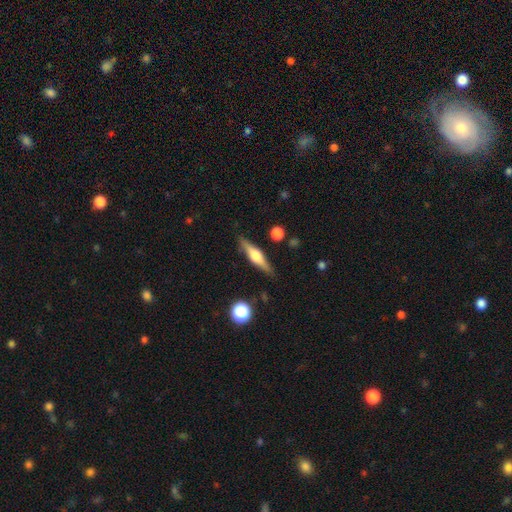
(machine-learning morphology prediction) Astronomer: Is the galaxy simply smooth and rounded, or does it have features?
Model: featured or disk — 63%.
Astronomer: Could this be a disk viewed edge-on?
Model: yes — 96%.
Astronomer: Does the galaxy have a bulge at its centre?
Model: rounded — 89%.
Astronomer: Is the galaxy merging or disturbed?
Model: none — 87%.